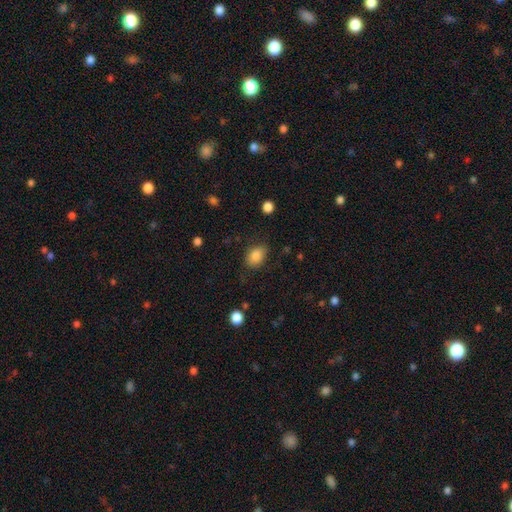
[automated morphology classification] The model was most divided on "how rounded": in between: 79%, round: 20%, cigar-shaped: 1%. More confident: smooth or featured — smooth (84%); merging — none (79%).